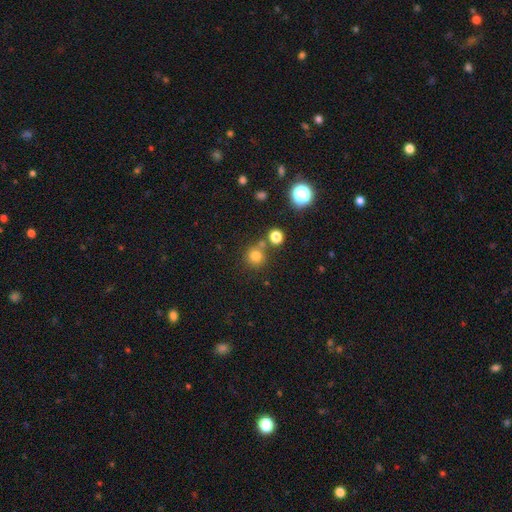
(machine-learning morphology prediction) Smooth or featured?
  - smooth: 76% *
  - star or artifact: 17%
  - featured or disk: 7%
How rounded?
  - round: 91% *
  - in between: 8%
  - cigar-shaped: 1%
Merging?
  - none: 70% *
  - merger: 17%
  - minor disturbance: 9%
  - major disturbance: 4%